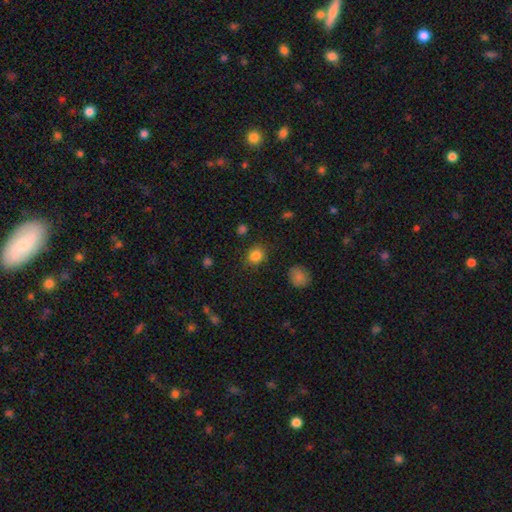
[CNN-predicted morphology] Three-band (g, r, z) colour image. It shows a smooth galaxy with no disk features (84%) that is round (68%). Merging: none (83%).